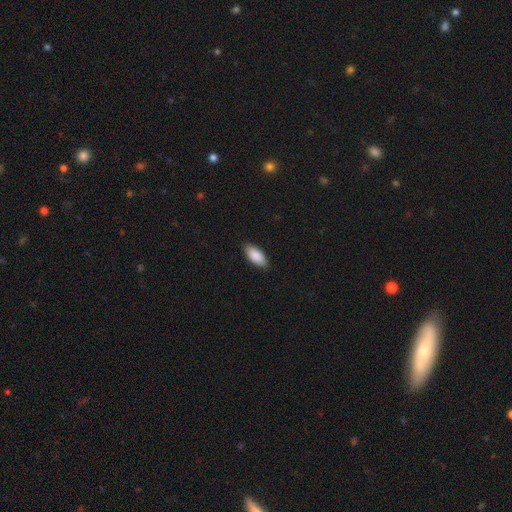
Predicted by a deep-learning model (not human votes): smooth-or-featured: smooth: 90% | star or artifact: 6% | featured or disk: 5%
  how-rounded: in between: 89% | cigar-shaped: 9% | round: 2%
  merging: none: 88% | minor disturbance: 10% | major disturbance: 2% | merger: 1%